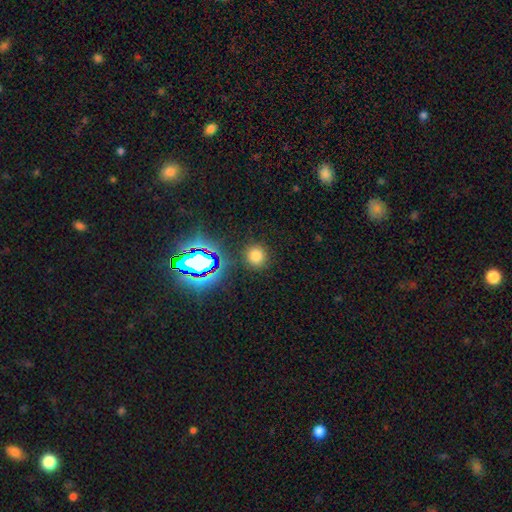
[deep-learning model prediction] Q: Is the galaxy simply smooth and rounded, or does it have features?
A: smooth — 71%.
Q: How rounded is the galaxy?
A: round — 87%.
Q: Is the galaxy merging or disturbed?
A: none — 86%.